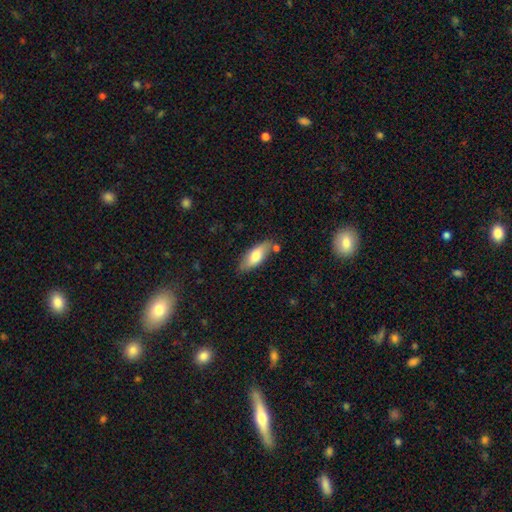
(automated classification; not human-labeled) Smooth or featured: smooth — 70% (featured or disk — 24%)
How rounded: in between — 74% (cigar-shaped — 24%)
Merging: none — 74% (minor disturbance — 17%)